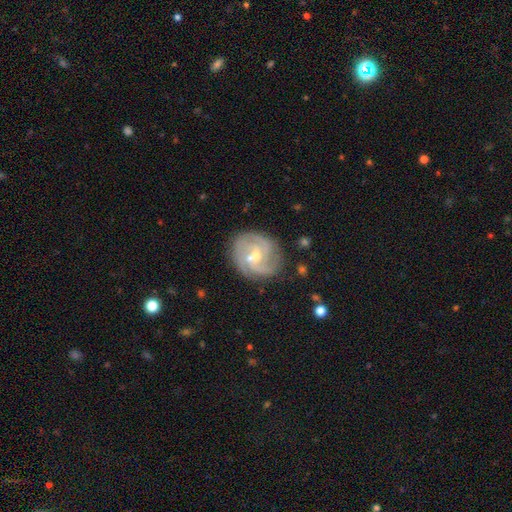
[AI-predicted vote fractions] This is clearly a featured or disk galaxy (86%). It is clearly not viewed edge-on (98%). Bar: possibly weak (48%). Spiral arm pattern: clearly yes (96%). Spiral arm count: marginally 3 (41%). Spiral winding: possibly tight (50%). Central bulge: possibly small (49%). Merging: likely none (76%).